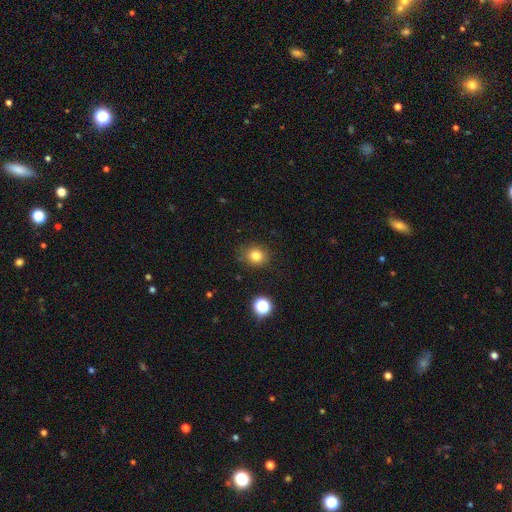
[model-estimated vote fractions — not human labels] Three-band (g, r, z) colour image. It shows a smooth galaxy with no disk features (80%) that is round (75%). Merging: none (84%).